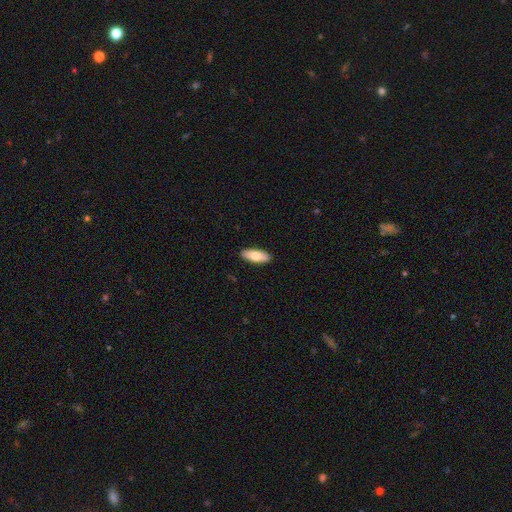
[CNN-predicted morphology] The model was most divided on "how rounded": in between: 74%, cigar-shaped: 24%, round: 2%. More confident: merging — none (90%); smooth or featured — smooth (76%).